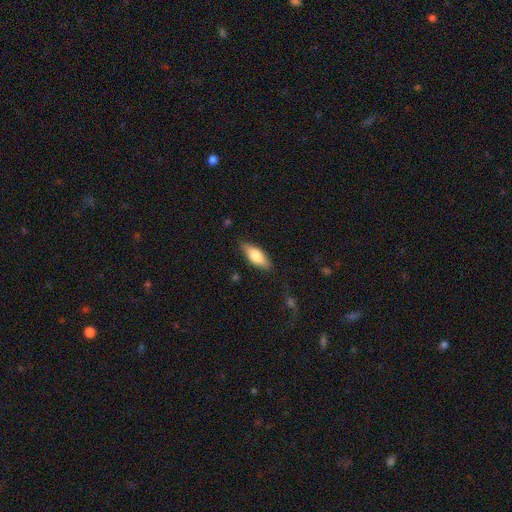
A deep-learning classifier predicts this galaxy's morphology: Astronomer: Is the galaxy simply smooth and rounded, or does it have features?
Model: smooth — 73%.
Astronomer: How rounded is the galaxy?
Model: in between — 74%.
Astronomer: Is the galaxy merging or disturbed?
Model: none — 83%.